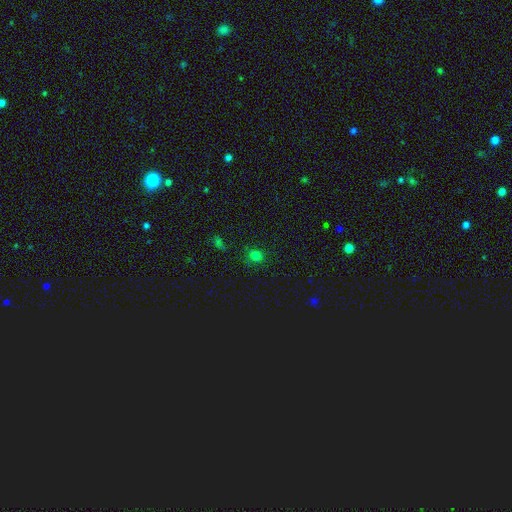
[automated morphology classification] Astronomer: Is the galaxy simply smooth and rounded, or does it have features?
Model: smooth — 75%.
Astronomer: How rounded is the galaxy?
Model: round — 85%.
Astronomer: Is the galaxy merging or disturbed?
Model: none — 84%.